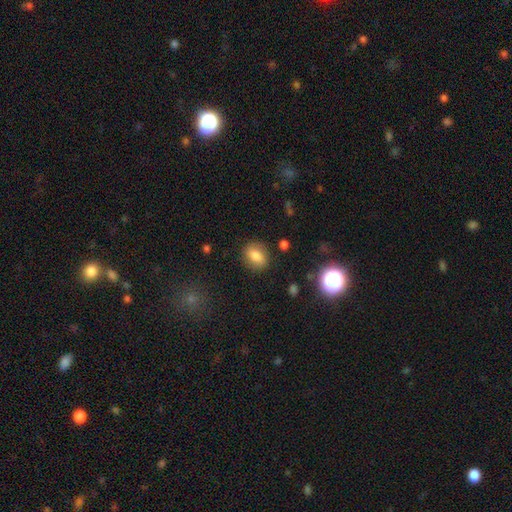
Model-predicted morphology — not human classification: Smooth or featured? Predicted: smooth (p=0.77). How rounded? Predicted: in between (p=0.59). Merging? Predicted: none (p=0.83).